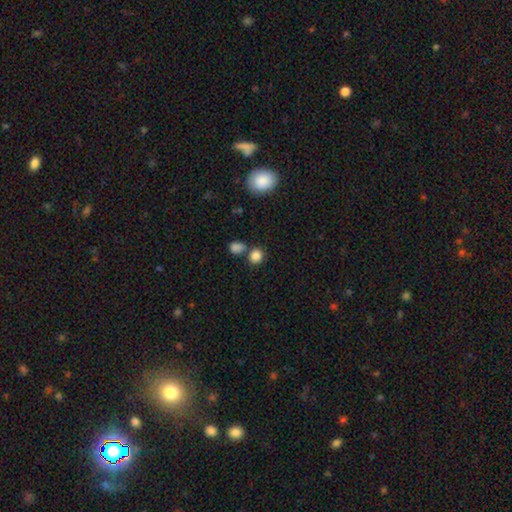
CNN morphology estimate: smooth_or_featured: smooth (p=0.84) [alt: star or artifact p=0.11]
how_rounded: round (p=0.75) [alt: in between p=0.24]
merging: none (p=0.65) [alt: merger p=0.21]